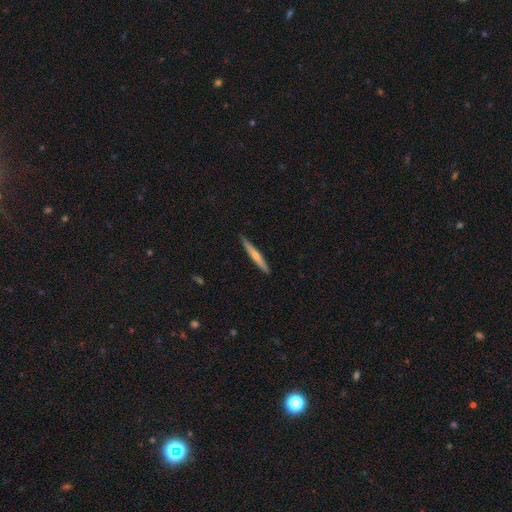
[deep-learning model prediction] This is possibly a smooth galaxy (50%). Merging: clearly none (89%).